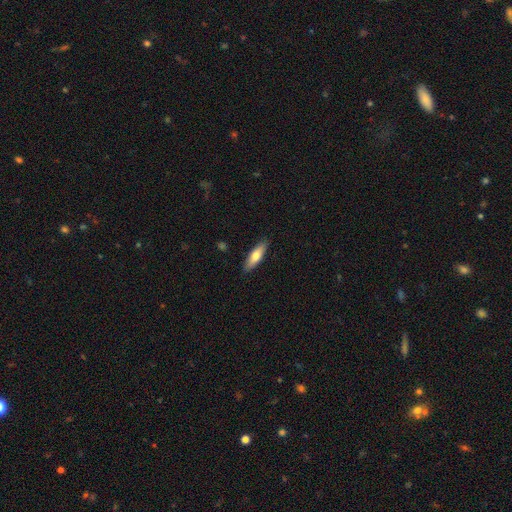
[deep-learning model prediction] The model was most divided on "how rounded": cigar-shaped: 57%, in between: 41%, round: 2%. More confident: merging — none (89%); smooth or featured — smooth (70%).